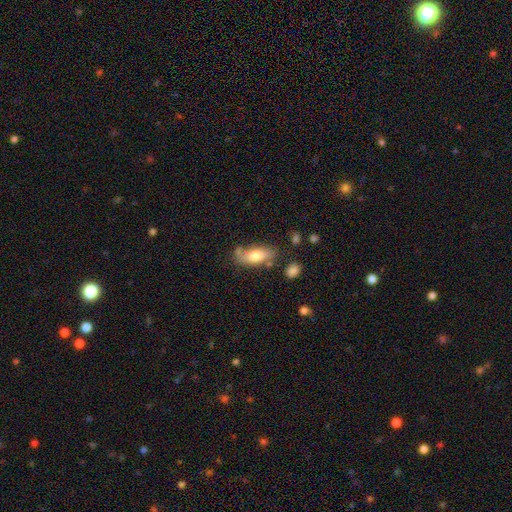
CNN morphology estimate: type=smooth (70%); roundness=in between (83%); merging=none (57%).